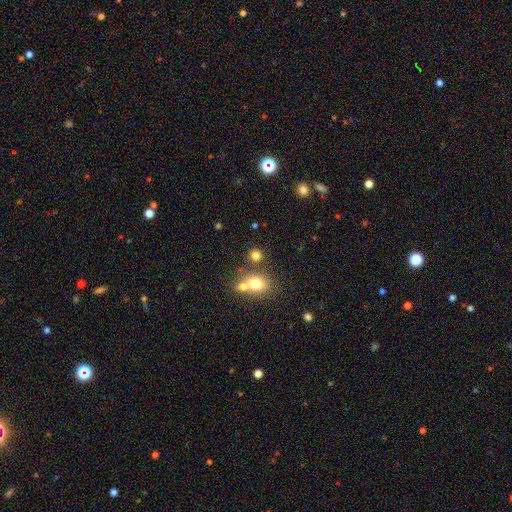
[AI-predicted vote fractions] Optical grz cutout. It shows a smooth galaxy with no disk features (75%) that is round (73%). Merging: none (53%).